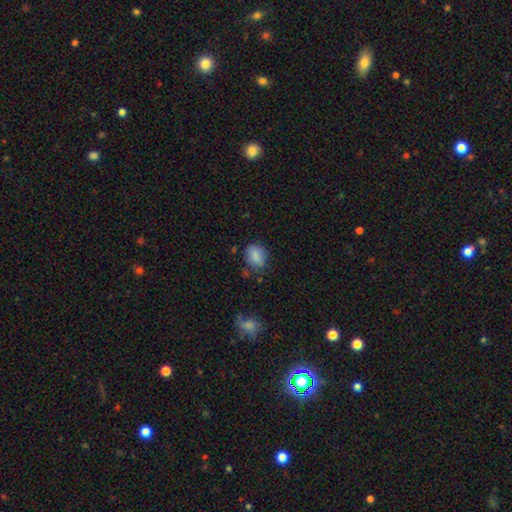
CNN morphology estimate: A smooth galaxy with no disk features (83%) that is in between round and cigar-shaped (51%).

Vote fractions:
- Smooth or featured? smooth: 83% / star or artifact: 9% / featured or disk: 8%
- How rounded? in between: 51% / round: 47% / cigar-shaped: 1%
- Merging? none: 68% / minor disturbance: 22% / major disturbance: 6% / merger: 3%